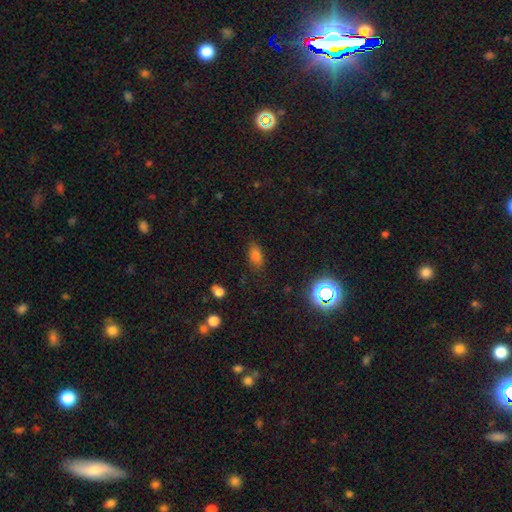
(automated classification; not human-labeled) smooth 77%, star or artifact 17%, featured or disk 7%. Down the decision tree: how rounded — in between (87%); merging — none (80%).